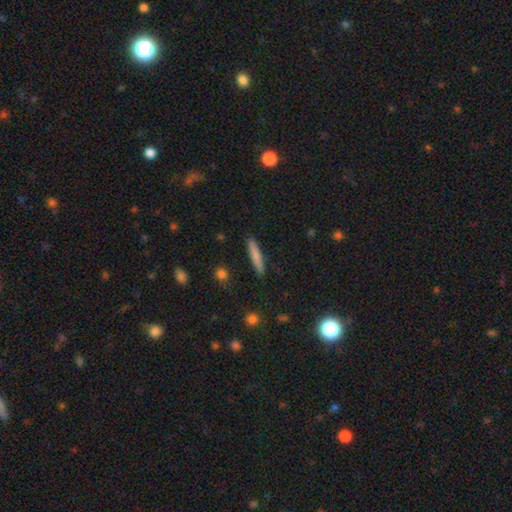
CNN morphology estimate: type=smooth (75%); roundness=cigar-shaped (92%); merging=none (88%).